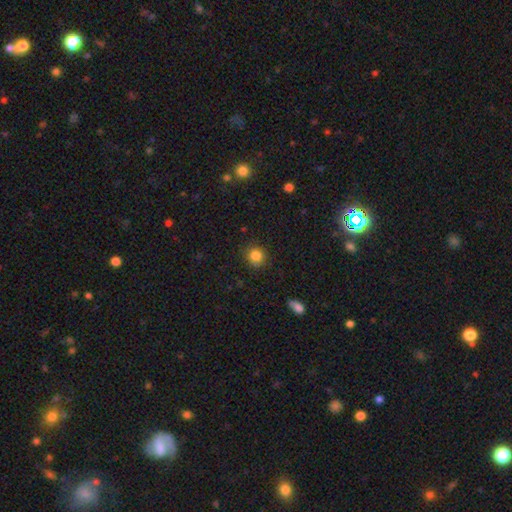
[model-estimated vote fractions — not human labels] The model was most divided on "smooth or featured": smooth: 84%, star or artifact: 11%, featured or disk: 5%. More confident: how rounded — round (88%); merging — none (87%).